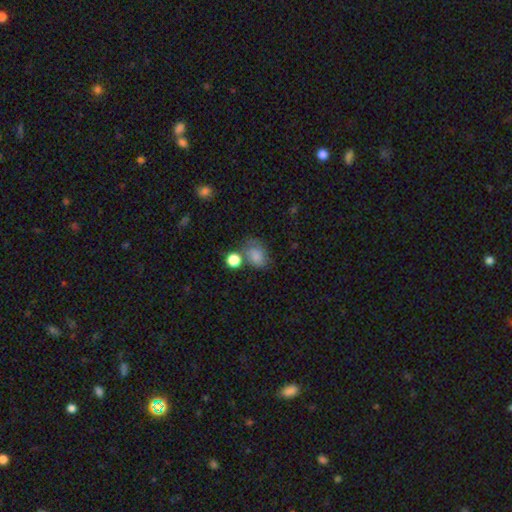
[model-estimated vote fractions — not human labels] The model was most divided on "merging": none: 44%, minor disturbance: 24%, merger: 18%, major disturbance: 13%. More confident: smooth or featured — smooth (76%); how rounded — in between (64%).